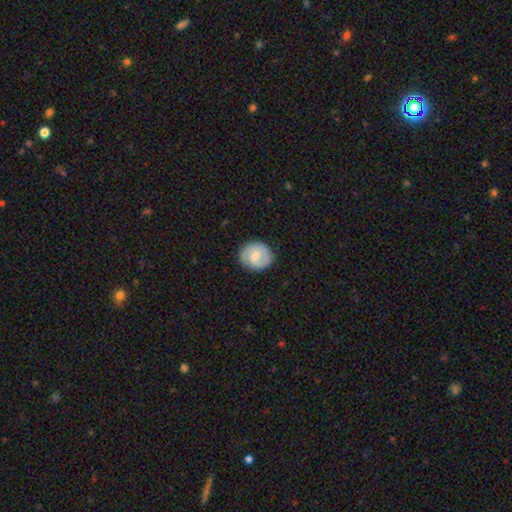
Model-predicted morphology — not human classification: type=smooth (57%); roundness=round (76%); merging=none (82%).